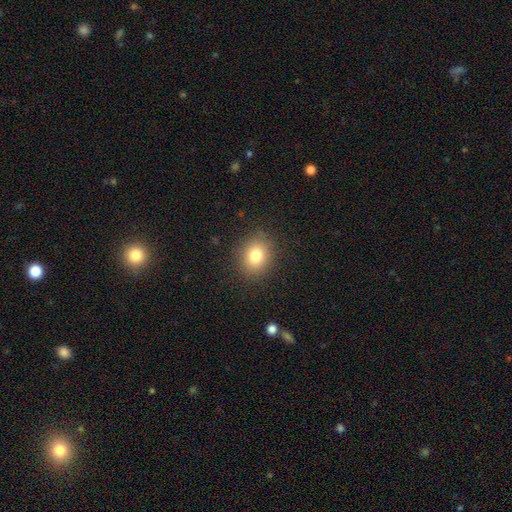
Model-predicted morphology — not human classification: Smooth or featured?
  - smooth: 80% *
  - star or artifact: 11%
  - featured or disk: 9%
How rounded?
  - round: 56% *
  - in between: 43%
  - cigar-shaped: 1%
Merging?
  - none: 88% *
  - minor disturbance: 8%
  - major disturbance: 3%
  - merger: 1%